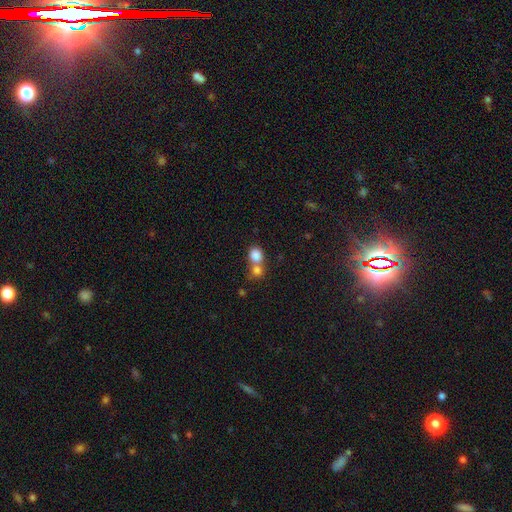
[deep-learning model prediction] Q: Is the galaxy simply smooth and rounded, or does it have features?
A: smooth — 83%.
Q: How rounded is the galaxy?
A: round — 69%.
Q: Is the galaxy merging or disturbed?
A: merger — 54%.